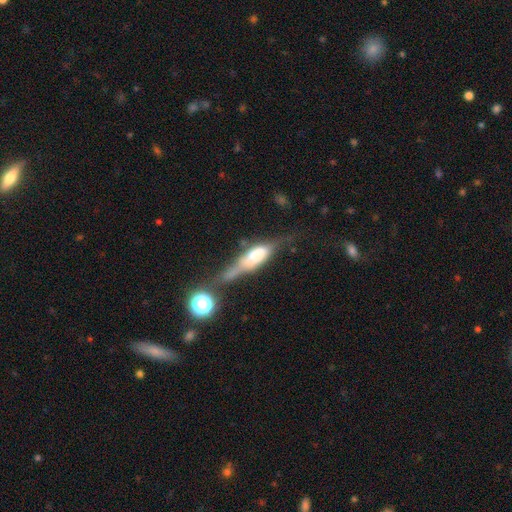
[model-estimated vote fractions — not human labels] Smooth or featured?
  - featured or disk: 53% *
  - smooth: 38%
  - star or artifact: 9%
Edge-on disk?
  - yes: 83% *
  - no: 17%
Merging?
  - none: 41% *
  - minor disturbance: 24%
  - major disturbance: 18%
  - merger: 17%